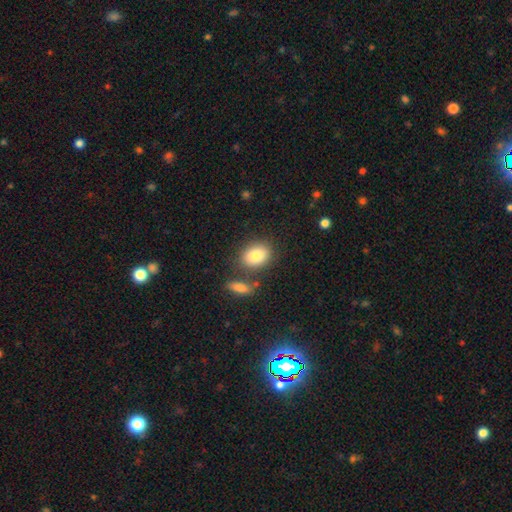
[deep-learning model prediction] Q: Smooth or featured?
A: smooth (83%); runner-up: featured or disk (9%)
Q: How rounded?
A: in between (68%); runner-up: round (30%)
Q: Merging?
A: none (72%); runner-up: merger (13%)